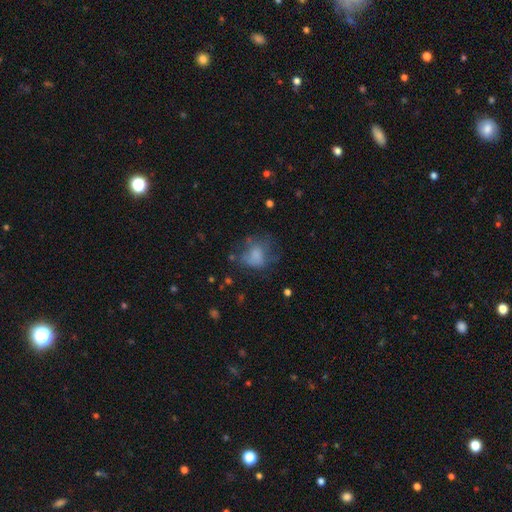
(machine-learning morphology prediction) This is likely a smooth galaxy (64%). How rounded: possibly round (52%). Merging: marginally none (41%).